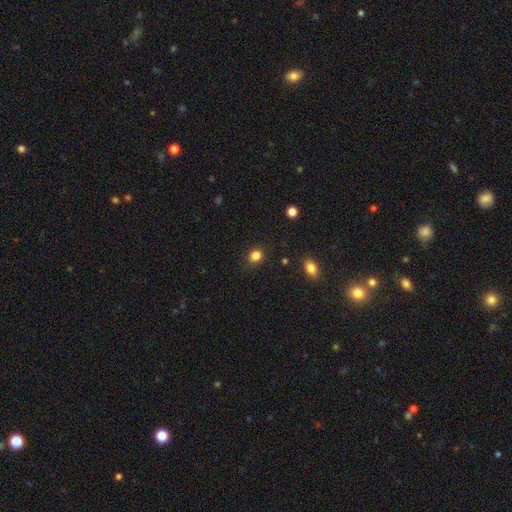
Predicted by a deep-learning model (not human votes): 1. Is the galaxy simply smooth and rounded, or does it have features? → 84% smooth, 11% star or artifact, 4% featured or disk.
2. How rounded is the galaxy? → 60% round, 39% in between, 1% cigar-shaped.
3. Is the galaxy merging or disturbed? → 83% none, 12% minor disturbance, 3% major disturbance, 2% merger.